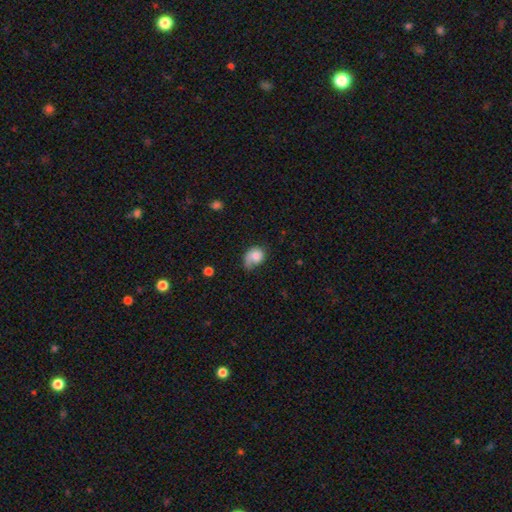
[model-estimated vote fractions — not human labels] Smooth or featured?
  - smooth: 69% *
  - featured or disk: 23%
  - star or artifact: 8%
How rounded?
  - in between: 53% *
  - round: 46%
  - cigar-shaped: 1%
Merging?
  - none: 38% *
  - minor disturbance: 34%
  - major disturbance: 25%
  - merger: 3%